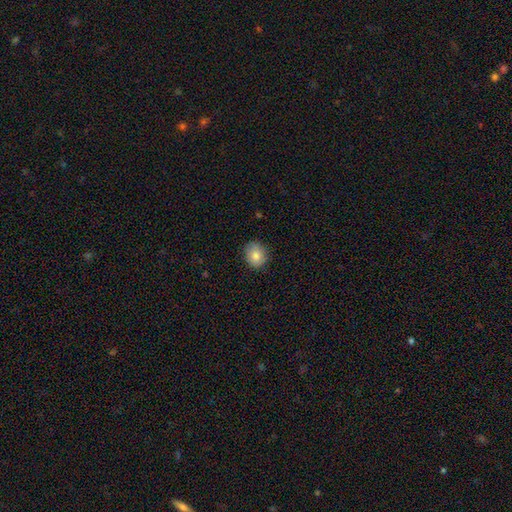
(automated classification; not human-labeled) Overall: smooth (83%). How rounded: round (66%; in between 33%). Merging: none (85%).